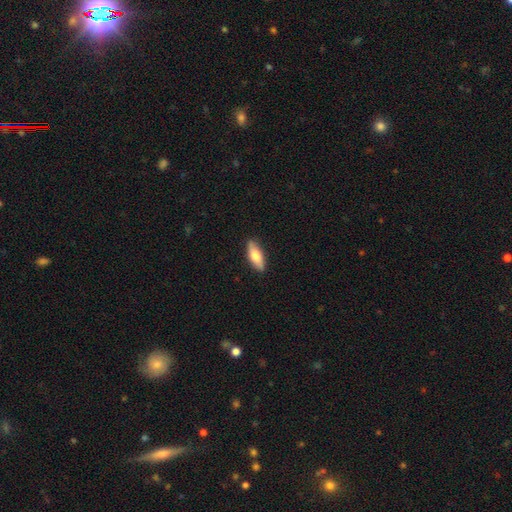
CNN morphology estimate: Q: Smooth or featured?
A: smooth (69%); runner-up: featured or disk (26%)
Q: How rounded?
A: in between (66%); runner-up: cigar-shaped (31%)
Q: Merging?
A: none (88%); runner-up: minor disturbance (10%)